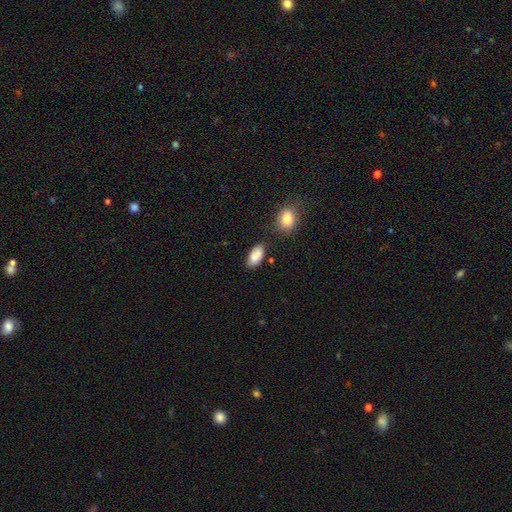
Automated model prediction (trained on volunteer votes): This appears to be a smooth galaxy with no disk features (88%) that is in between round and cigar-shaped (94%). Merging: none (75%).